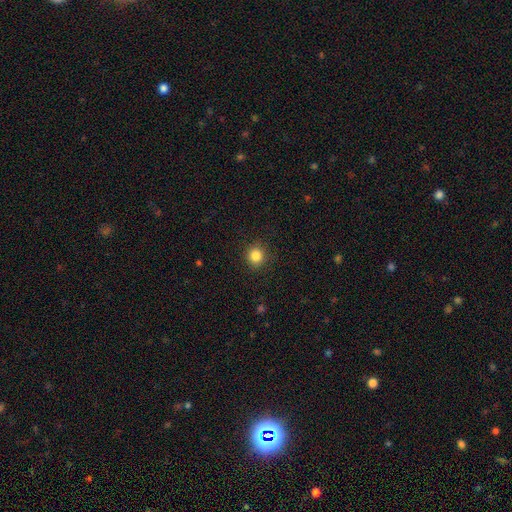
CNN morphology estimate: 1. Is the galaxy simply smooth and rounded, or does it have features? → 84% smooth, 11% star or artifact, 4% featured or disk.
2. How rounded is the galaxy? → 90% round, 9% in between, 1% cigar-shaped.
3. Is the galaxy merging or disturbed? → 90% none, 6% minor disturbance, 2% major disturbance, 1% merger.